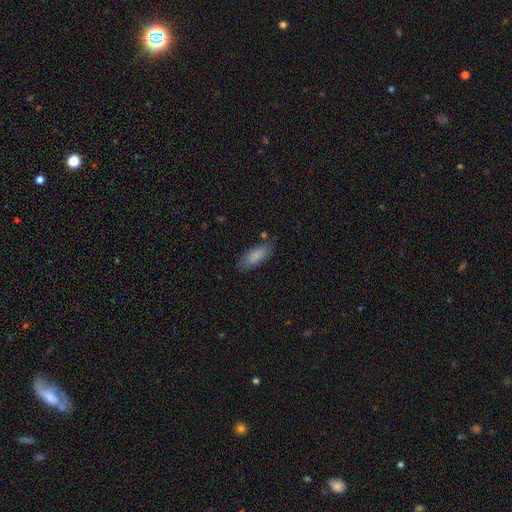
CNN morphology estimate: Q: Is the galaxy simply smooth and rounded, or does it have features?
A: smooth — 86%.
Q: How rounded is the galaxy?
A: in between — 79%.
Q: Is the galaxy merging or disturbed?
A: none — 78%.